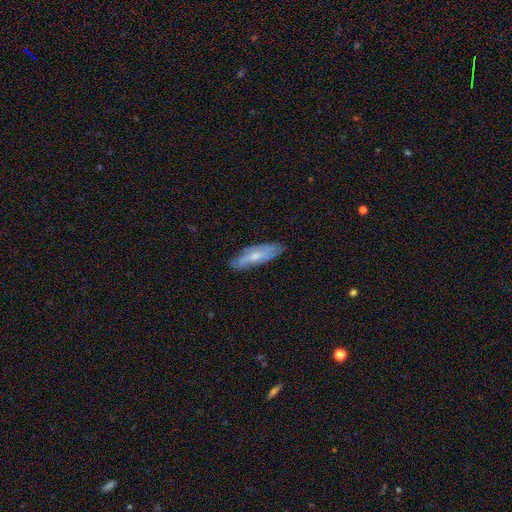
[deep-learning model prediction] Smooth or featured: featured or disk — 51% (smooth — 42%)
Edge-on disk: no — 66% (yes — 34%)
Merging: none — 77% (minor disturbance — 18%)